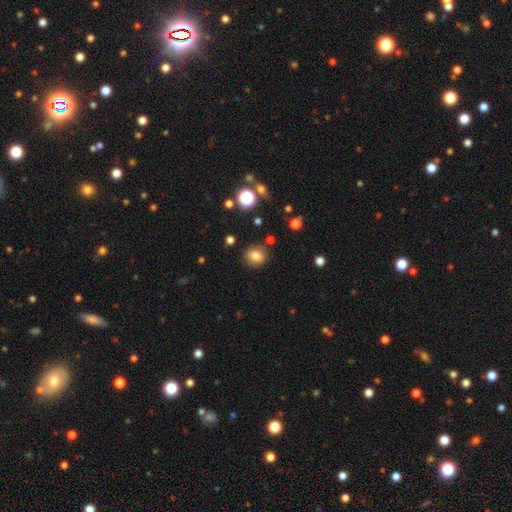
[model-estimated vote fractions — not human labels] Smooth or featured?
  - smooth: 80% *
  - star or artifact: 13%
  - featured or disk: 7%
How rounded?
  - round: 78% *
  - in between: 21%
  - cigar-shaped: 1%
Merging?
  - none: 85% *
  - minor disturbance: 9%
  - merger: 3%
  - major disturbance: 3%